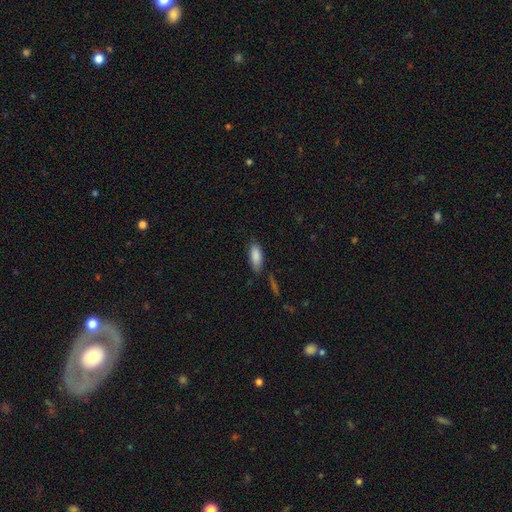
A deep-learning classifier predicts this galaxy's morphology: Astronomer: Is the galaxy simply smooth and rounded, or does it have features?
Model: smooth — 87%.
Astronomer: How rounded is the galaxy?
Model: in between — 82%.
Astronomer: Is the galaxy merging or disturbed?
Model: none — 72%.